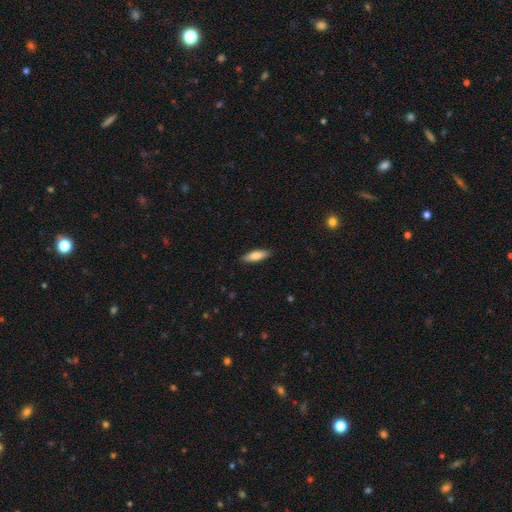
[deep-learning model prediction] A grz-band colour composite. It shows a smooth galaxy with no disk features (78%) that is cigar-shaped (52%). Merging: none (88%).